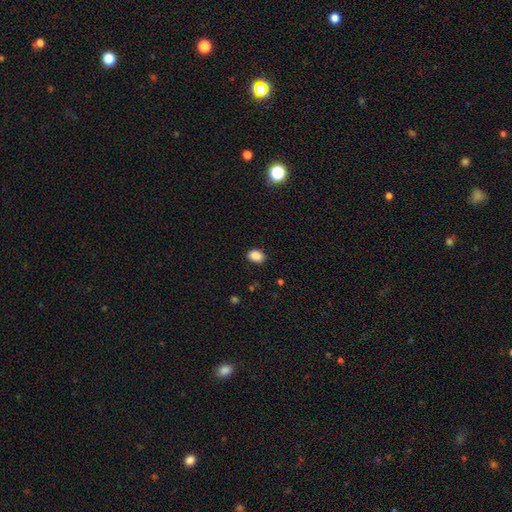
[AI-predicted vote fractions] Q: Smooth or featured?
A: smooth (87%); runner-up: star or artifact (10%)
Q: How rounded?
A: in between (73%); runner-up: round (26%)
Q: Merging?
A: none (87%); runner-up: minor disturbance (9%)